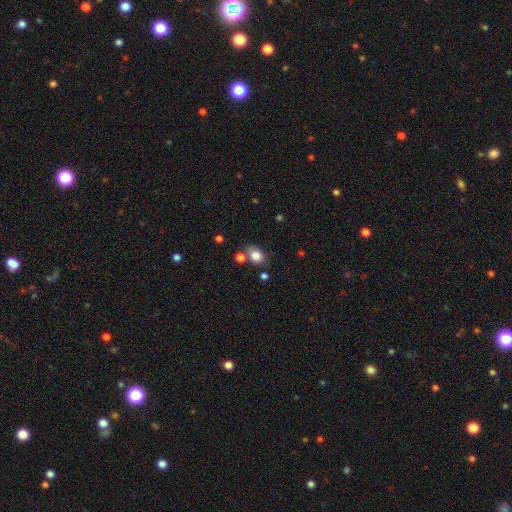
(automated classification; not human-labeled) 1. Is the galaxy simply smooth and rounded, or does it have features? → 82% smooth, 11% star or artifact, 8% featured or disk.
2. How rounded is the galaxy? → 59% in between, 39% round, 1% cigar-shaped.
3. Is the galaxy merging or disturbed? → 67% none, 15% merger, 14% minor disturbance, 4% major disturbance.